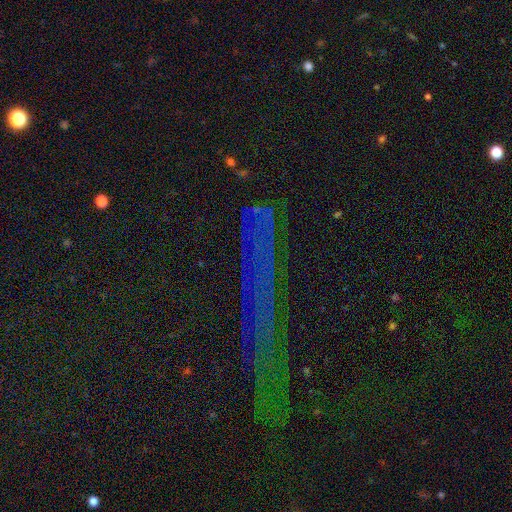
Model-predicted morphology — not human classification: star or artifact 75%, smooth 13%, featured or disk 12%.